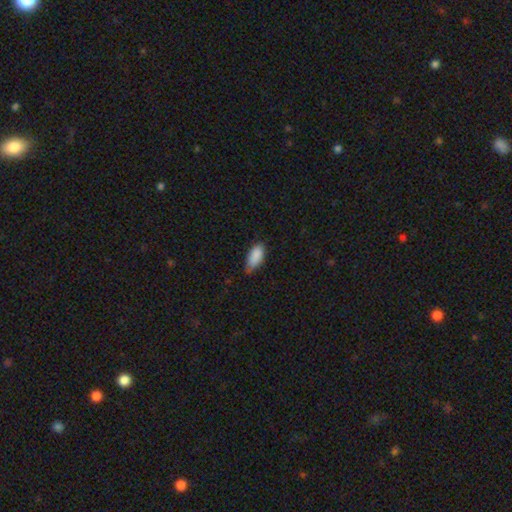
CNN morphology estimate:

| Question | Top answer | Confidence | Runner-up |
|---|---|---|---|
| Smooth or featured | smooth | 88% | star or artifact (7%) |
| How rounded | in between | 90% | cigar-shaped (8%) |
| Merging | none | 58% | minor disturbance (36%) |